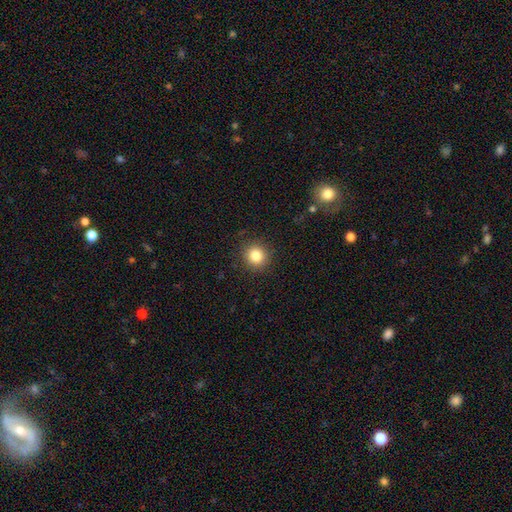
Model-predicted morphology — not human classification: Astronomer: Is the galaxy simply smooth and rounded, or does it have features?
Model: smooth — 83%.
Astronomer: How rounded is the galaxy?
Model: round — 93%.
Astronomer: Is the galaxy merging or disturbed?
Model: none — 91%.